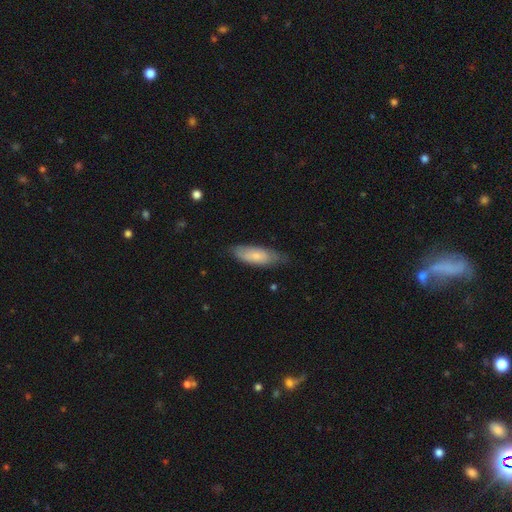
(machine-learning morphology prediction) This is likely a smooth galaxy (68%). How rounded: likely in between (66%). Merging: likely none (69%).